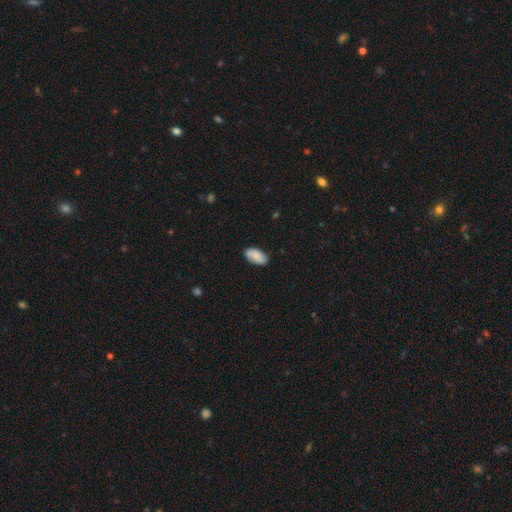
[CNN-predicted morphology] type=smooth (74%); roundness=in between (94%); merging=none (81%).